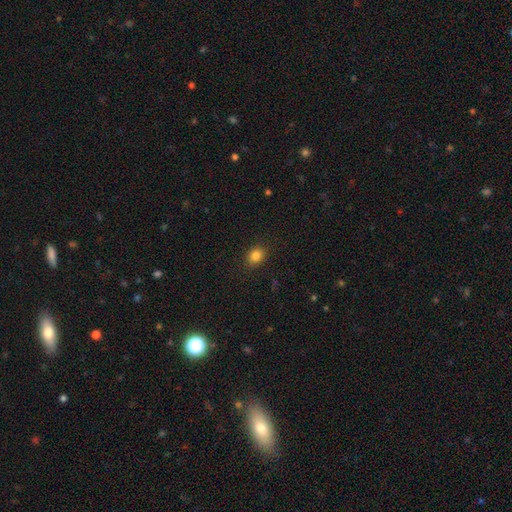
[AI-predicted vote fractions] smooth-or-featured: smooth: 84% | star or artifact: 11% | featured or disk: 5%
  how-rounded: round: 55% | in between: 44% | cigar-shaped: 1%
  merging: none: 89% | minor disturbance: 8% | major disturbance: 2% | merger: 1%